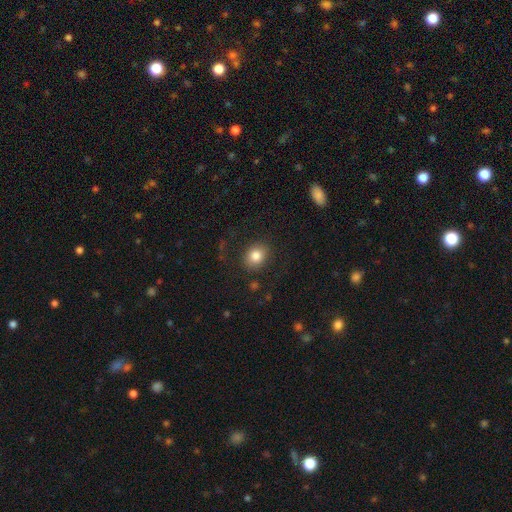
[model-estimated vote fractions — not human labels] The model was most divided on "how rounded": round: 55%, in between: 44%, cigar-shaped: 1%. More confident: merging — none (84%); smooth or featured — smooth (83%).